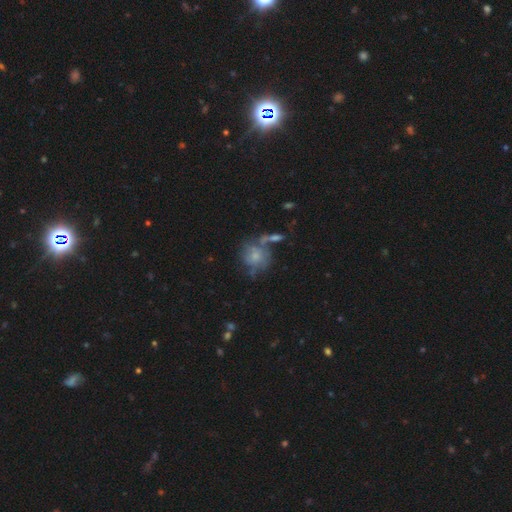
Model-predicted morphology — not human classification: Smooth or featured? smooth (52%)
How rounded? round (75%)
Merging? none (42%)